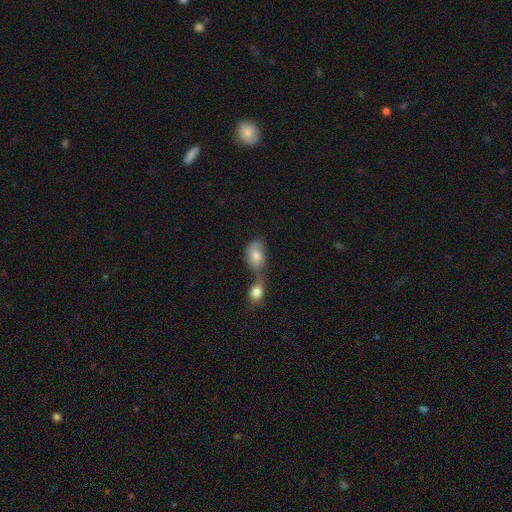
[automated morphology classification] A smooth galaxy with no disk features (76%) that is in between round and cigar-shaped (77%).

Vote fractions:
- Smooth or featured? smooth: 76% / featured or disk: 15% / star or artifact: 9%
- How rounded? in between: 77% / round: 21% / cigar-shaped: 2%
- Merging? merger: 62% / none: 21% / minor disturbance: 11% / major disturbance: 6%